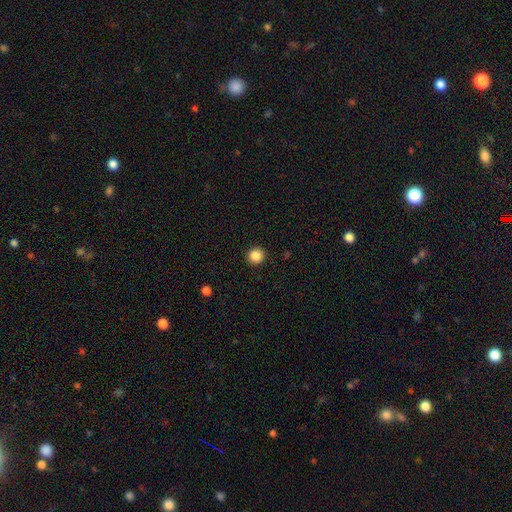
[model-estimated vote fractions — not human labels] A smooth galaxy with no disk features (87%) that is round (93%). Merging: none (93%).